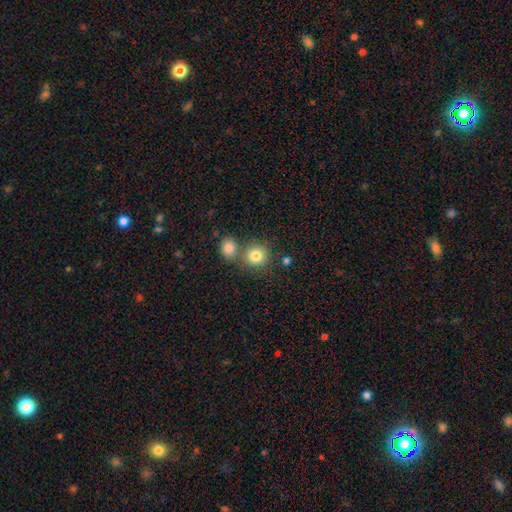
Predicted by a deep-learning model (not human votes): smooth 82%, star or artifact 10%, featured or disk 8%. Down the decision tree: how rounded — round (86%); merging — none (58%).